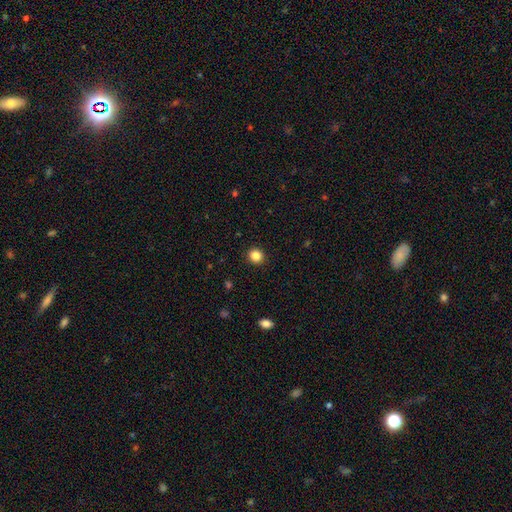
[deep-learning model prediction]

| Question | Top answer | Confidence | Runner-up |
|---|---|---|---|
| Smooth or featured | smooth | 85% | star or artifact (11%) |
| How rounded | round | 88% | in between (11%) |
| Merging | none | 92% | minor disturbance (5%) |